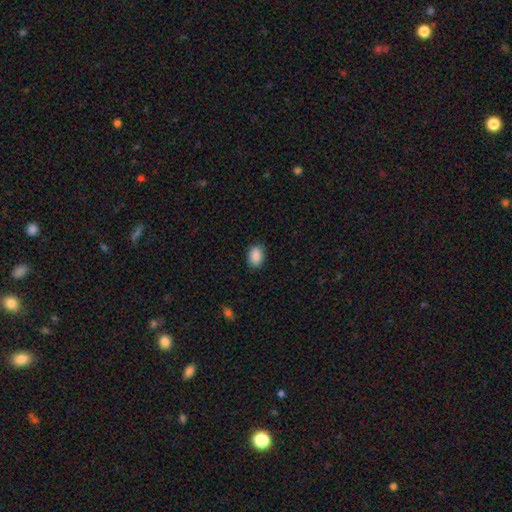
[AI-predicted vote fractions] Morphology: type=smooth (89%); roundness=in between (81%); merging=none (85%).